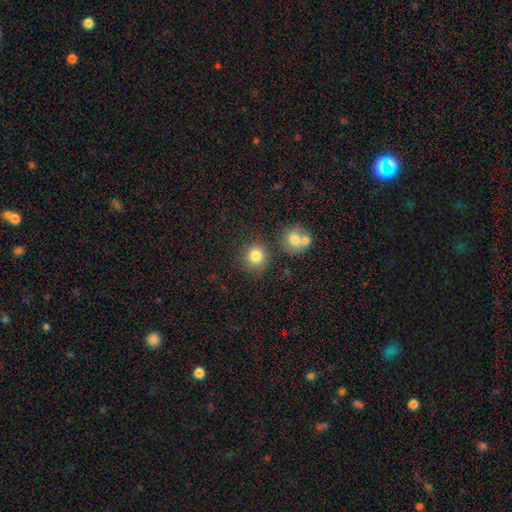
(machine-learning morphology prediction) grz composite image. It shows a smooth galaxy with no disk features (82%) that is round (87%). Merging: none (77%).